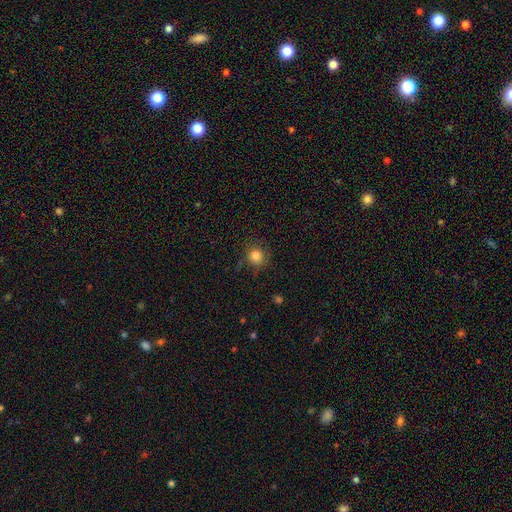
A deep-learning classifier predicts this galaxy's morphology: Smooth or featured? Predicted: smooth (p=0.83). How rounded? Predicted: round (p=0.88). Merging? Predicted: none (p=0.83).